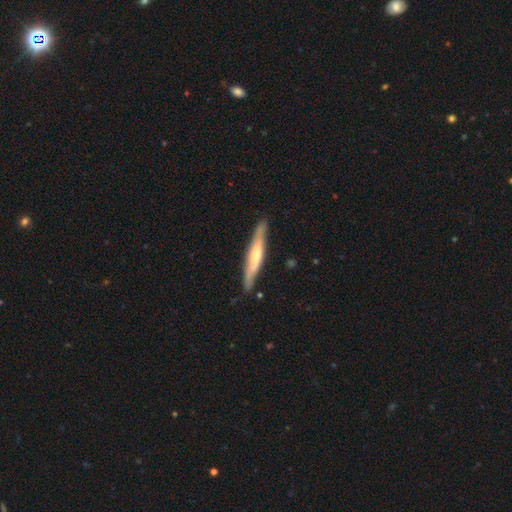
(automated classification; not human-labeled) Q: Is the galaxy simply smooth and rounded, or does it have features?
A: featured or disk — 51%.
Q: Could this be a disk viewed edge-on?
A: yes — 85%.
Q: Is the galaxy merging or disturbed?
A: none — 83%.